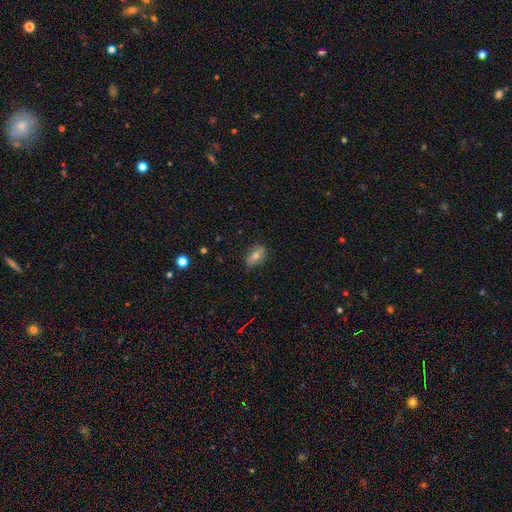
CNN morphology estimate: Smooth or featured?
  - smooth: 63% *
  - featured or disk: 28%
  - star or artifact: 10%
How rounded?
  - in between: 82% *
  - round: 15%
  - cigar-shaped: 3%
Merging?
  - none: 75% *
  - minor disturbance: 20%
  - major disturbance: 4%
  - merger: 1%